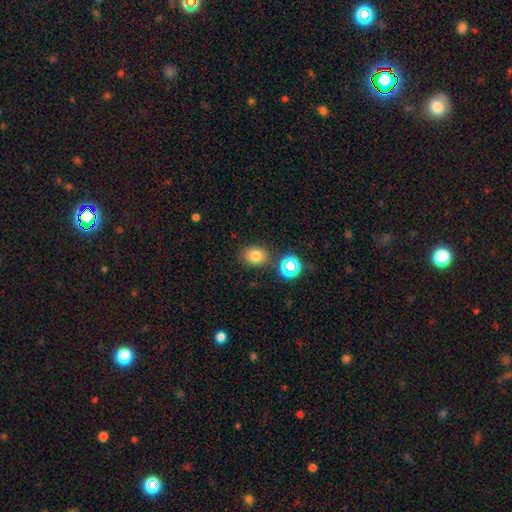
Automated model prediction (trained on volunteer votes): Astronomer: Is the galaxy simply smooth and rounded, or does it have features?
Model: smooth — 76%.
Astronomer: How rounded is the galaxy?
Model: round — 58% (runner-up: in between, 41%).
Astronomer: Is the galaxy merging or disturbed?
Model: none — 81%.